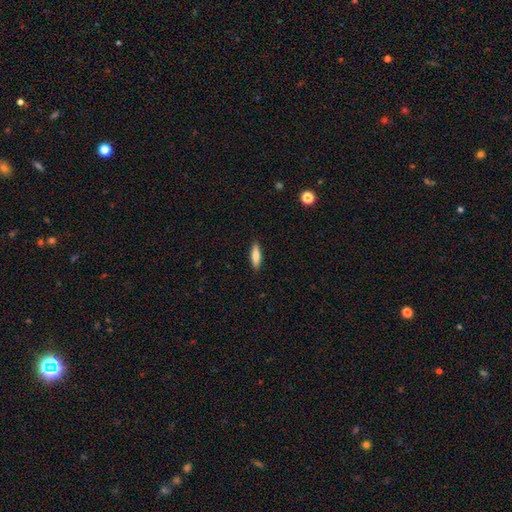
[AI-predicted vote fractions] Smooth or featured? smooth (79%)
How rounded? cigar-shaped (63%)
Merging? none (90%)